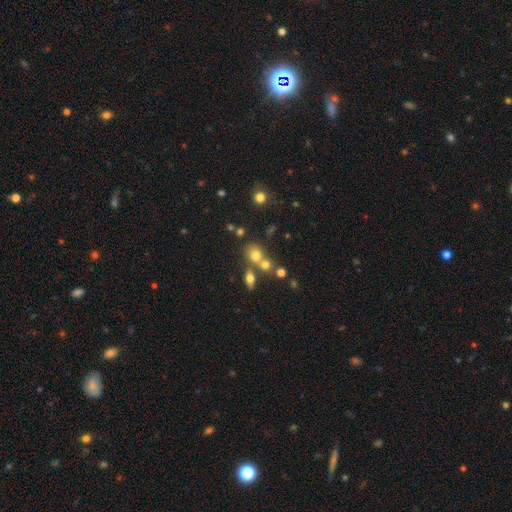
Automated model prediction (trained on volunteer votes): Smooth or featured?
  - smooth: 69% *
  - star or artifact: 16%
  - featured or disk: 15%
How rounded?
  - round: 66% *
  - in between: 32%
  - cigar-shaped: 2%
Merging?
  - none: 44% *
  - merger: 42%
  - minor disturbance: 9%
  - major disturbance: 5%